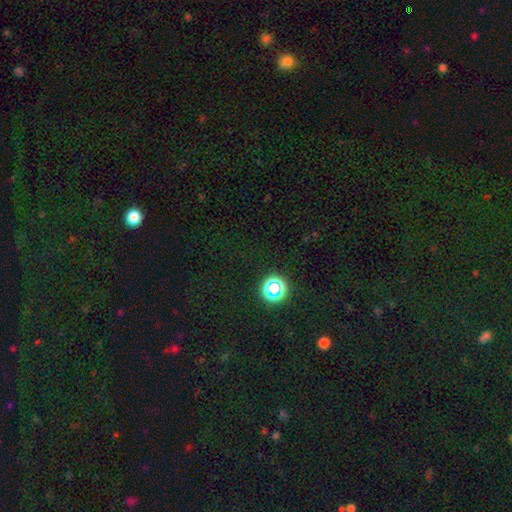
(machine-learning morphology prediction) Q: Smooth or featured?
A: star or artifact (57%); runner-up: smooth (37%)